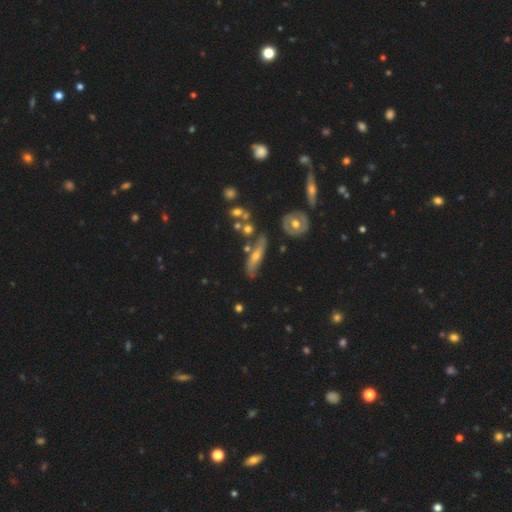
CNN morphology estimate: Smooth or featured?
  - featured or disk: 54% *
  - smooth: 36%
  - star or artifact: 10%
Edge-on disk?
  - yes: 57% *
  - no: 43%
Merging?
  - none: 63% *
  - minor disturbance: 19%
  - merger: 11%
  - major disturbance: 7%